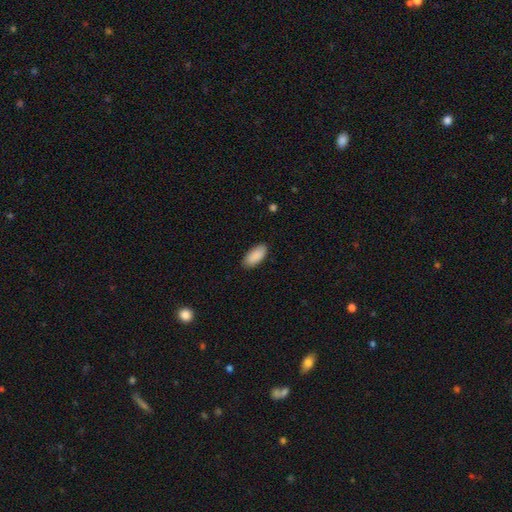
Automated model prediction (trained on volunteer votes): Overall: smooth (90%). How rounded: in between (91%). Merging: none (86%).